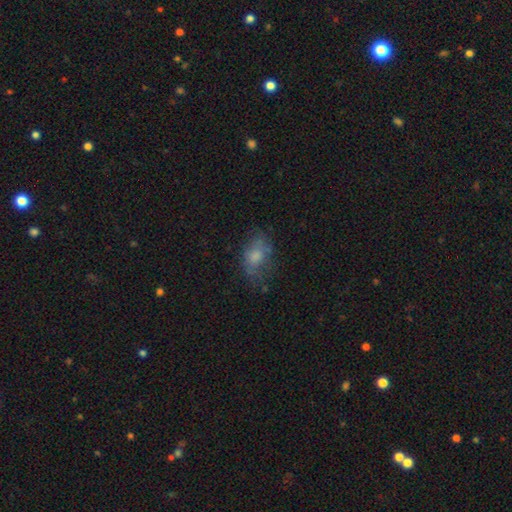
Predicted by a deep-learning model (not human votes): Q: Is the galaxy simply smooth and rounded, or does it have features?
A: smooth — 62%.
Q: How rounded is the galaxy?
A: in between — 83%.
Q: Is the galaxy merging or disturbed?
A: none — 51%.